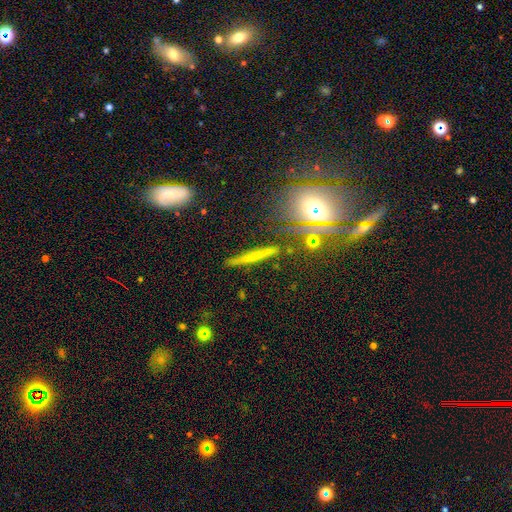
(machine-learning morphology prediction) This appears to be a smooth galaxy with no disk features (45%). Merging: none (85%).